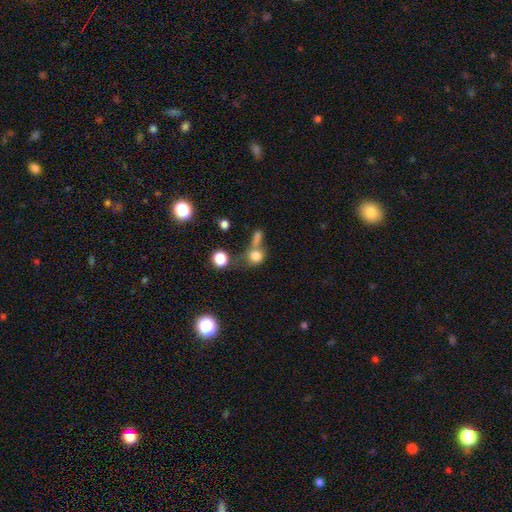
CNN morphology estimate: type=smooth (76%); roundness=round (74%); merging=none (40%).